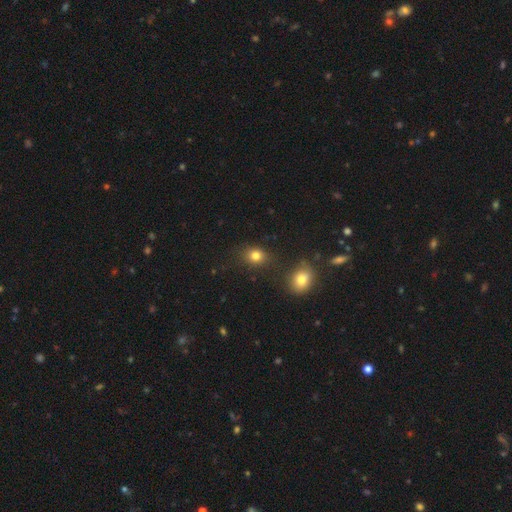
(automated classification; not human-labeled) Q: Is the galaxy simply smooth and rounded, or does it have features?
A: smooth — 80%.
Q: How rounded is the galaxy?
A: round — 58%.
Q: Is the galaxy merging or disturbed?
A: none — 79%.